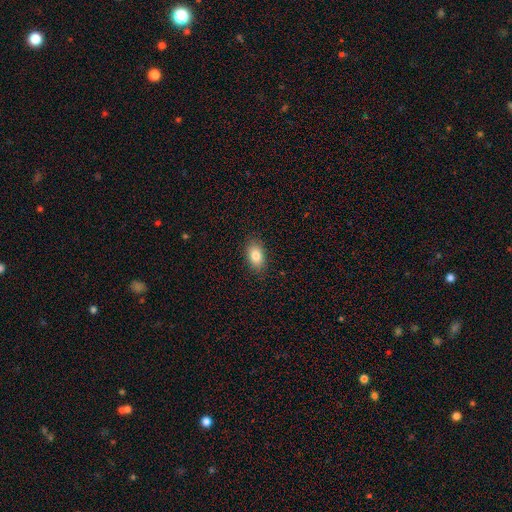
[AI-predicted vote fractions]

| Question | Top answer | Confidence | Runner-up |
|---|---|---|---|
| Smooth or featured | smooth | 82% | featured or disk (9%) |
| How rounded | in between | 88% | round (10%) |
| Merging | none | 87% | minor disturbance (9%) |